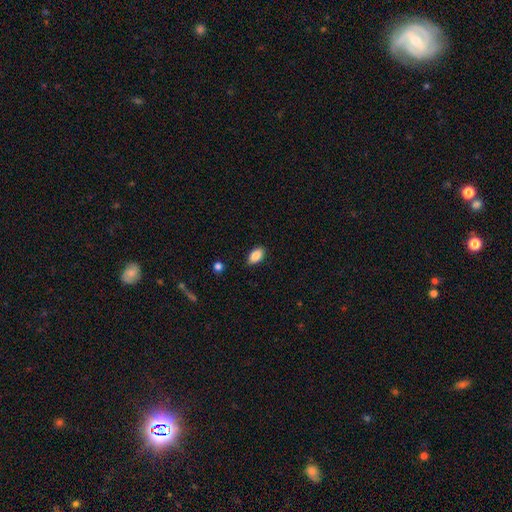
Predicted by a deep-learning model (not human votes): A smooth galaxy with no disk features (87%) that is in between round and cigar-shaped (91%).

Vote fractions:
- Smooth or featured? smooth: 87% / star or artifact: 8% / featured or disk: 5%
- How rounded? in between: 91% / round: 7% / cigar-shaped: 2%
- Merging? none: 86% / minor disturbance: 11% / major disturbance: 2% / merger: 1%